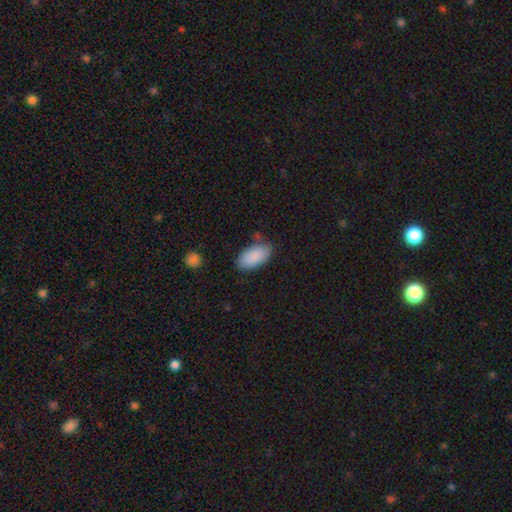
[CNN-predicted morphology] Q: Smooth or featured?
A: smooth (88%); runner-up: star or artifact (6%)
Q: How rounded?
A: in between (94%); runner-up: cigar-shaped (3%)
Q: Merging?
A: none (75%); runner-up: minor disturbance (17%)